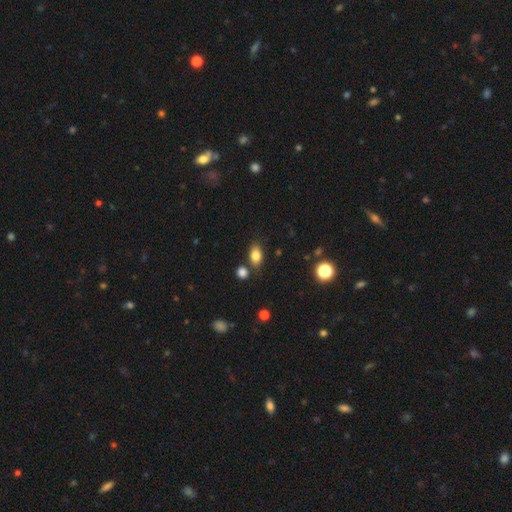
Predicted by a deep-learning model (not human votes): Overall: smooth (82%). How rounded: in between (83%). Merging: none (76%).